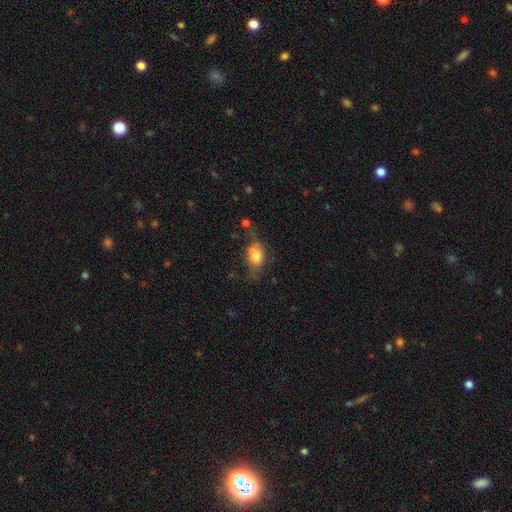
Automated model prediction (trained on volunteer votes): This appears to be a smooth galaxy with no disk features (68%) that is in between round and cigar-shaped (83%). Merging: none (43%).